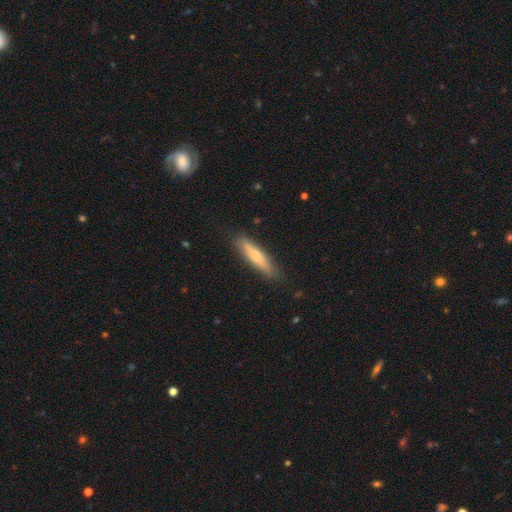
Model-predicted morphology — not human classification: smooth-or-featured: smooth: 65% | featured or disk: 29% | star or artifact: 6%
  how-rounded: cigar-shaped: 86% | in between: 13% | round: 1%
  merging: none: 85% | minor disturbance: 11% | major disturbance: 2% | merger: 1%